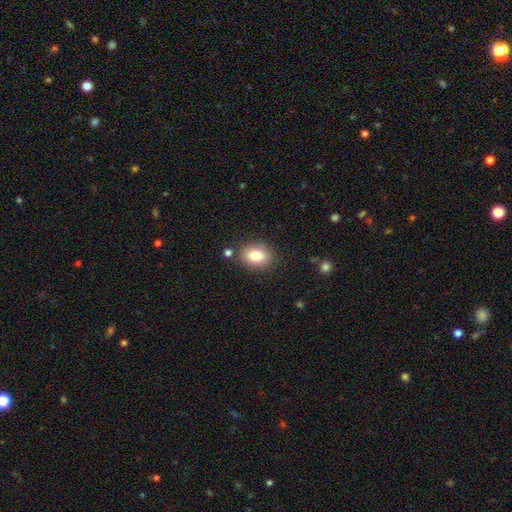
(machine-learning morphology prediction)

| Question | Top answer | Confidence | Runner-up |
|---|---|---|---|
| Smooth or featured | smooth | 80% | featured or disk (11%) |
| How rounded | in between | 66% | round (32%) |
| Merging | none | 83% | minor disturbance (10%) |